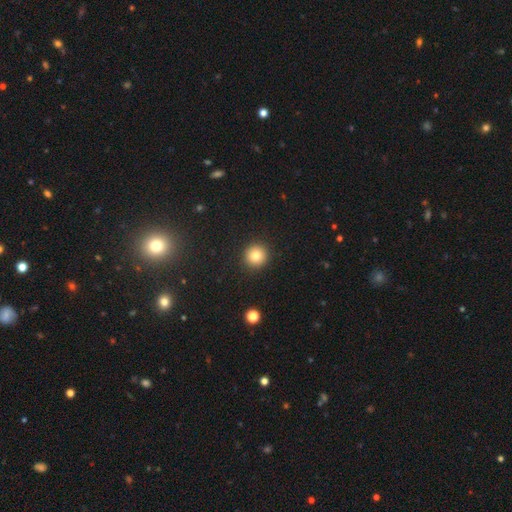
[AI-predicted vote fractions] Q: Smooth or featured?
A: smooth (82%); runner-up: star or artifact (11%)
Q: How rounded?
A: round (94%); runner-up: in between (5%)
Q: Merging?
A: none (92%); runner-up: minor disturbance (5%)